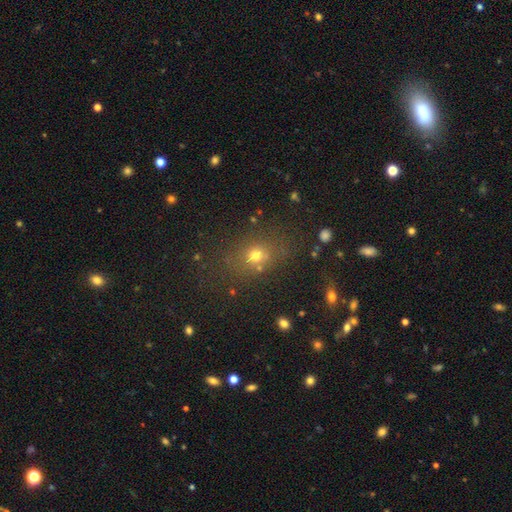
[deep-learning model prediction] Smooth or featured: smooth — 66% (star or artifact — 22%)
How rounded: round — 54% (in between — 44%)
Merging: none — 74% (minor disturbance — 13%)